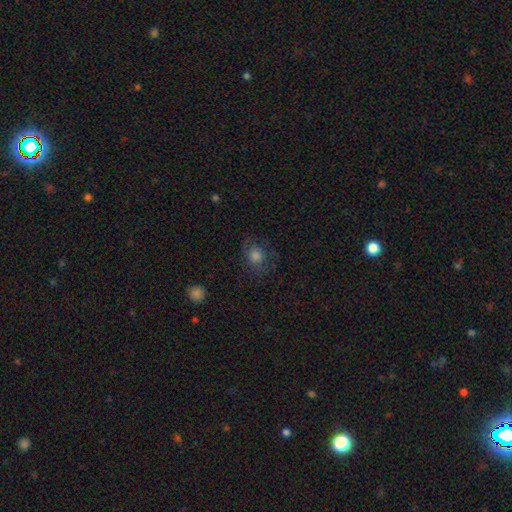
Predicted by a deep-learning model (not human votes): smooth-or-featured: smooth: 70% | star or artifact: 16% | featured or disk: 14%
  how-rounded: round: 70% | in between: 29% | cigar-shaped: 1%
  merging: none: 72% | minor disturbance: 17% | major disturbance: 10% | merger: 1%